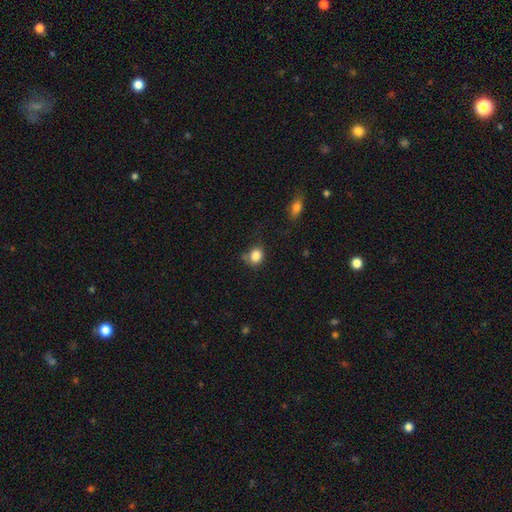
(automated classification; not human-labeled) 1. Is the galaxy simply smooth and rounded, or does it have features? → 84% smooth, 10% star or artifact, 6% featured or disk.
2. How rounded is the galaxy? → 61% round, 38% in between, 1% cigar-shaped.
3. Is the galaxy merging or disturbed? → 59% none, 26% minor disturbance, 8% major disturbance, 7% merger.